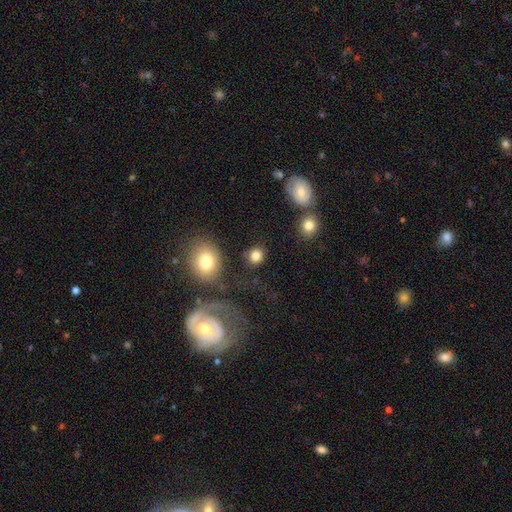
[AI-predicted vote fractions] Smooth or featured?
  - smooth: 82% *
  - star or artifact: 11%
  - featured or disk: 7%
How rounded?
  - round: 77% *
  - in between: 22%
  - cigar-shaped: 1%
Merging?
  - none: 79% *
  - minor disturbance: 10%
  - major disturbance: 5%
  - merger: 5%